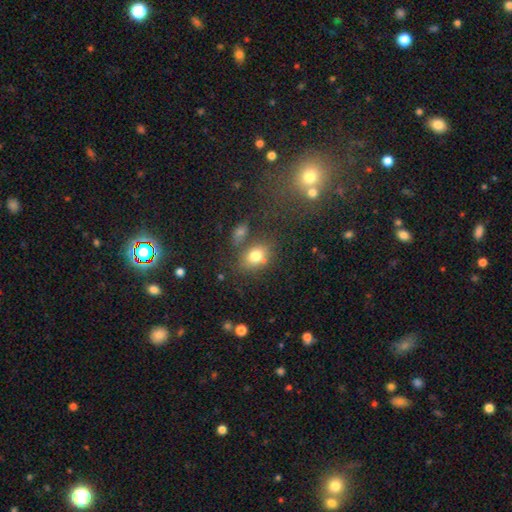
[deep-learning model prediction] The model was most divided on "how rounded": in between: 59%, round: 40%, cigar-shaped: 1%. More confident: smooth or featured — smooth (76%); merging — none (61%).